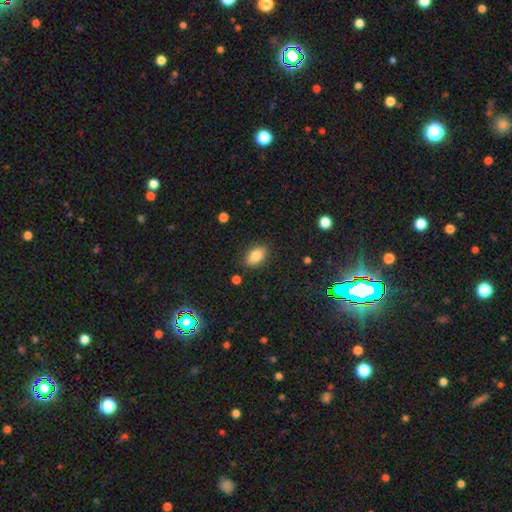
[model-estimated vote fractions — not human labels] smooth_or_featured: smooth (p=0.85) [alt: star or artifact p=0.09]
how_rounded: in between (p=0.90) [alt: round p=0.08]
merging: none (p=0.85) [alt: minor disturbance p=0.10]